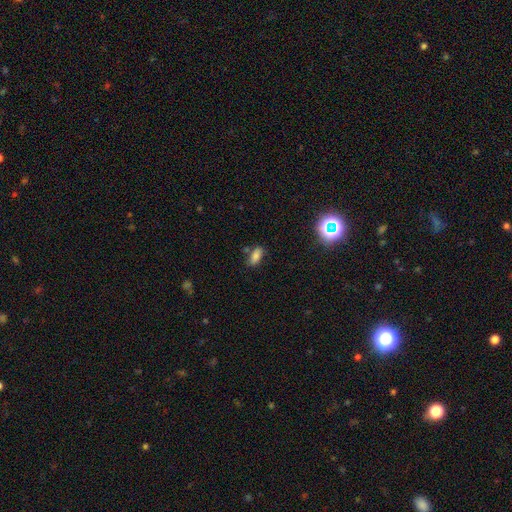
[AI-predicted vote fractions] Smooth or featured?
  - smooth: 77% *
  - star or artifact: 14%
  - featured or disk: 9%
How rounded?
  - in between: 87% *
  - cigar-shaped: 9%
  - round: 4%
Merging?
  - none: 71% *
  - minor disturbance: 16%
  - merger: 9%
  - major disturbance: 4%